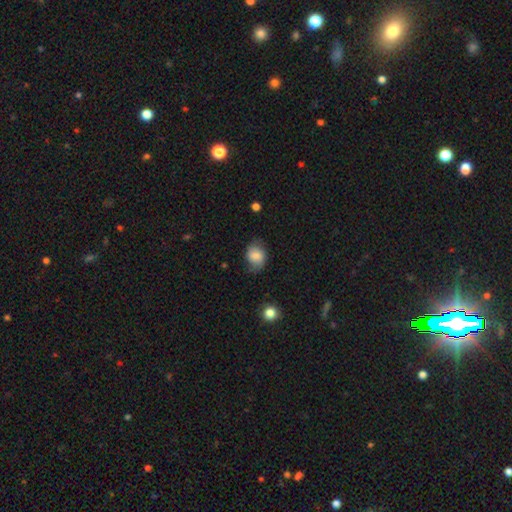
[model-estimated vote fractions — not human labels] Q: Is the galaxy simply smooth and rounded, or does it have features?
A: smooth — 70%.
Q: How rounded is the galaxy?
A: in between — 58%.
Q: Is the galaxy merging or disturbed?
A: none — 65%.